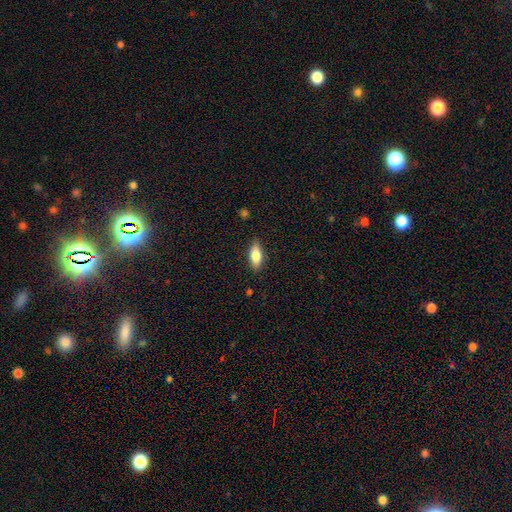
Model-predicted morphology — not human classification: A smooth galaxy with no disk features (75%) that is in between round and cigar-shaped (79%).

Vote fractions:
- Smooth or featured? smooth: 75% / featured or disk: 18% / star or artifact: 7%
- How rounded? in between: 79% / cigar-shaped: 18% / round: 3%
- Merging? none: 85% / minor disturbance: 11% / major disturbance: 2% / merger: 1%